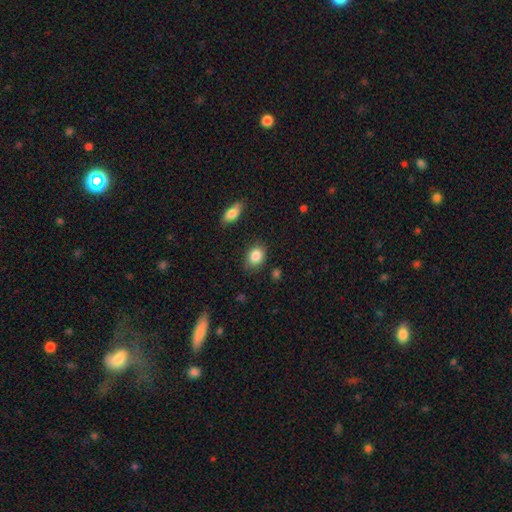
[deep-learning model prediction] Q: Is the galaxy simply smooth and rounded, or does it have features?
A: smooth — 86%.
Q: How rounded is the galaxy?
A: in between — 69%.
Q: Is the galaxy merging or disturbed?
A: none — 80%.